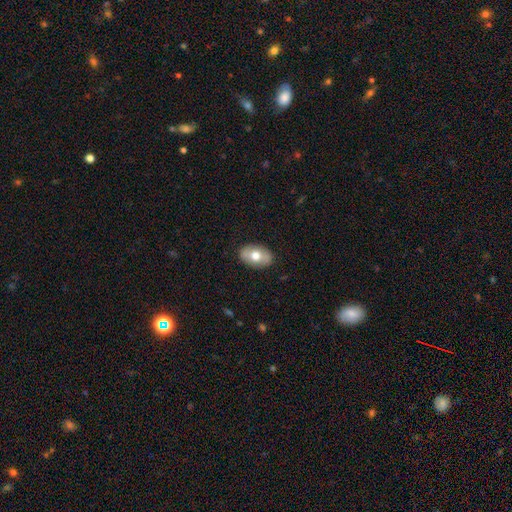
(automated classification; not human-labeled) Smooth or featured? Predicted: smooth (p=0.64). How rounded? Predicted: in between (p=0.87). Merging? Predicted: none (p=0.86).